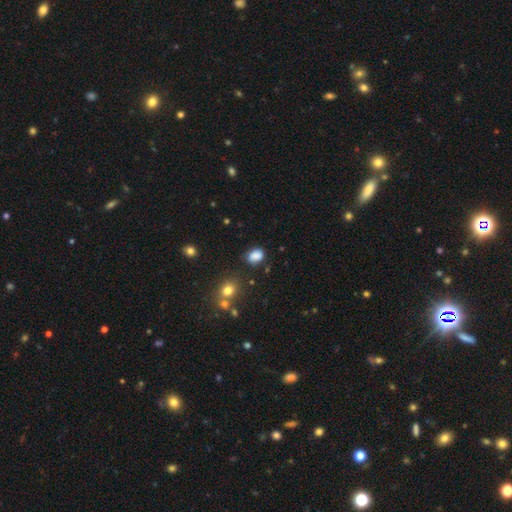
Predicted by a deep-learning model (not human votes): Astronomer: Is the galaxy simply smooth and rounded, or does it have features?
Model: smooth — 83%.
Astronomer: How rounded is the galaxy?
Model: in between — 71%.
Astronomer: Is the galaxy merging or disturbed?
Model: none — 69%.